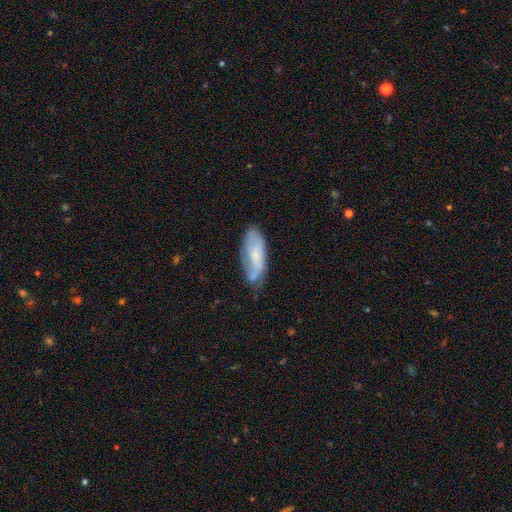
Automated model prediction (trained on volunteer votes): This appears to be a smooth galaxy with no disk features (55%) that is in between round and cigar-shaped (70%). Merging: none (55%).